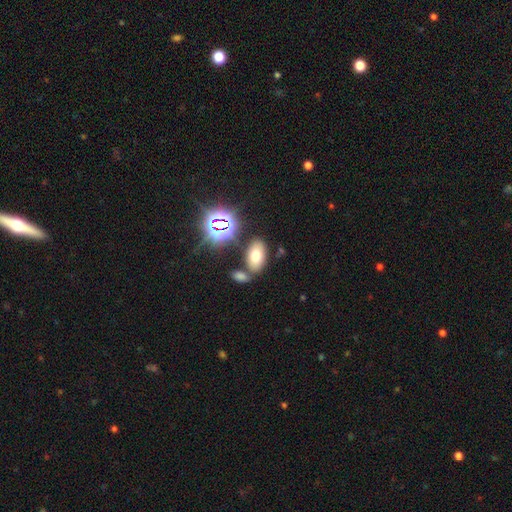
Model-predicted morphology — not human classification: This appears to be a smooth galaxy with no disk features (66%) that is in between round and cigar-shaped (91%). Merging: none (73%).